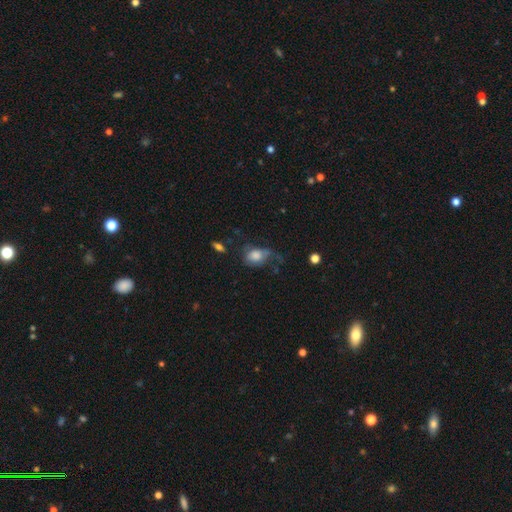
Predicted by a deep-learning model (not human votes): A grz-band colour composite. It shows a smooth galaxy with no disk features (67%) that is in between round and cigar-shaped (60%). Merging: major disturbance (37%).